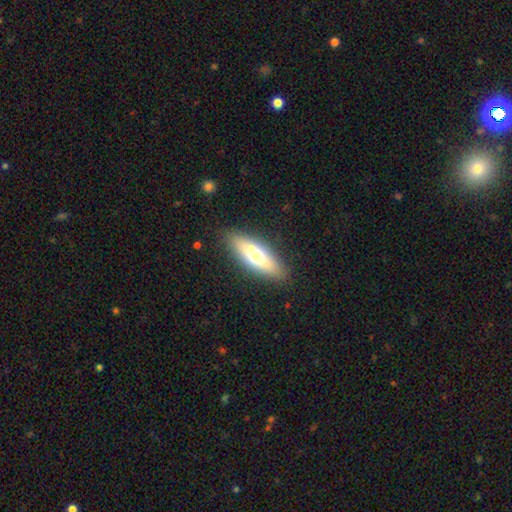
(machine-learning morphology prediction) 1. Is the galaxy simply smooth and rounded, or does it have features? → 59% smooth, 33% featured or disk, 8% star or artifact.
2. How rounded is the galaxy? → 58% in between, 39% cigar-shaped, 3% round.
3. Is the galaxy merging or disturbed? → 82% none, 11% minor disturbance, 3% merger, 3% major disturbance.